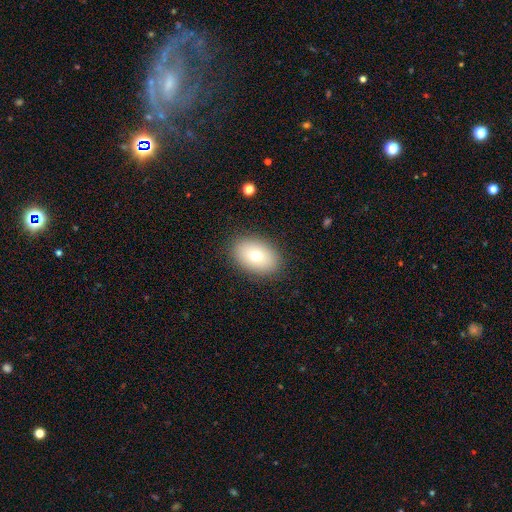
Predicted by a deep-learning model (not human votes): A smooth galaxy with no disk features (75%) that is in between round and cigar-shaped (84%).

Vote fractions:
- Smooth or featured? smooth: 75% / featured or disk: 15% / star or artifact: 9%
- How rounded? in between: 84% / round: 15% / cigar-shaped: 1%
- Merging? none: 88% / minor disturbance: 8% / major disturbance: 3% / merger: 1%